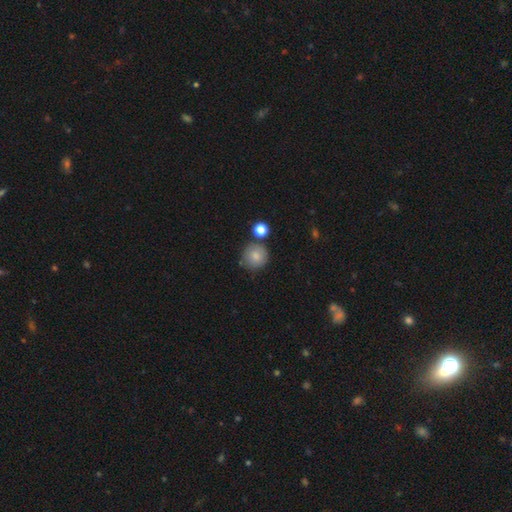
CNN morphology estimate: This is clearly a smooth galaxy (83%). How rounded: clearly round (91%). Merging: likely none (74%).